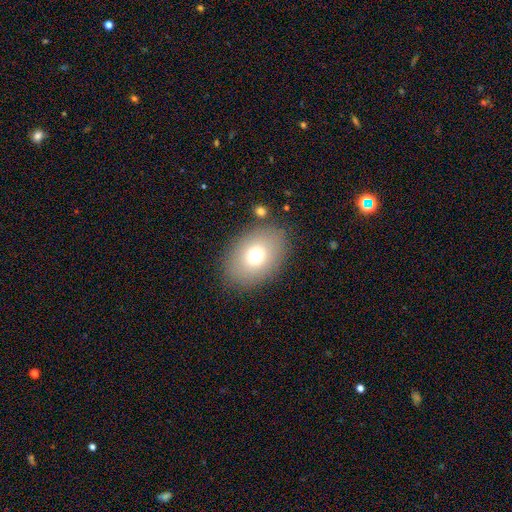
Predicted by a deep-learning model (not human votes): A smooth galaxy with no disk features (72%) that is in between round and cigar-shaped (74%). Merging: none (84%).